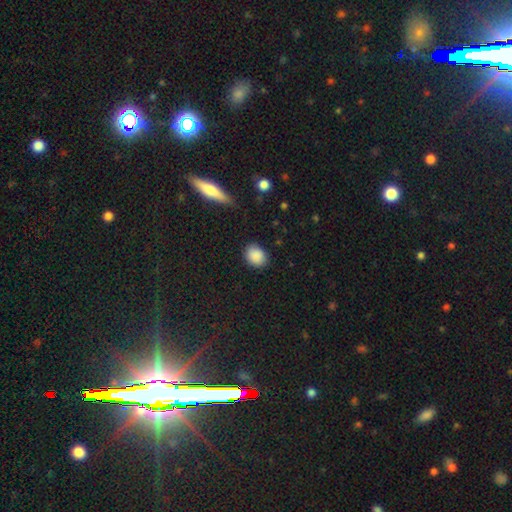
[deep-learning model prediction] A smooth galaxy with no disk features (88%) that is round (50%). Merging: none (83%).